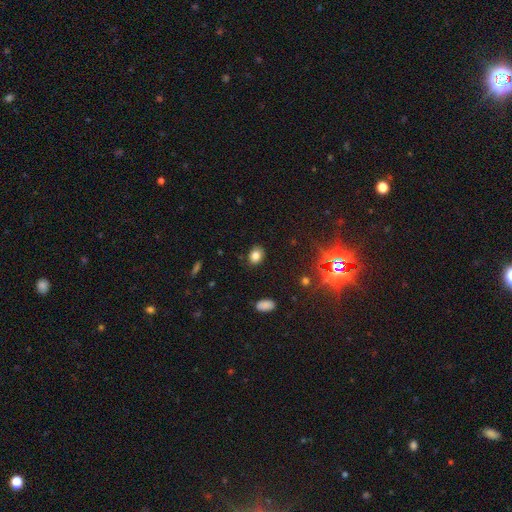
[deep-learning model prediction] Q: Smooth or featured?
A: smooth (80%); runner-up: star or artifact (14%)
Q: How rounded?
A: in between (60%); runner-up: round (38%)
Q: Merging?
A: none (86%); runner-up: minor disturbance (10%)